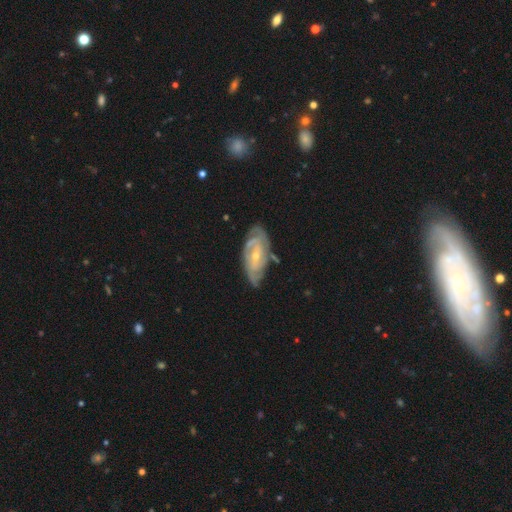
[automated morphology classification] This is clearly a featured or disk galaxy (84%). It is clearly not viewed edge-on (93%). Bar: possibly no (48%). Spiral arm pattern: clearly yes (94%). Spiral arm count: marginally 2 (32%). Spiral winding: likely tight (67%). Central bulge: possibly small (60%). Merging: likely none (71%).